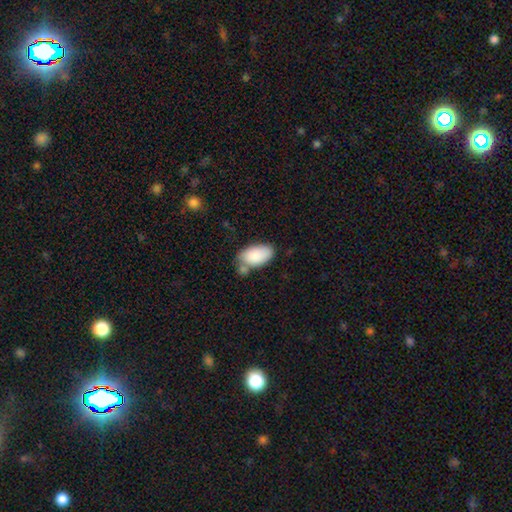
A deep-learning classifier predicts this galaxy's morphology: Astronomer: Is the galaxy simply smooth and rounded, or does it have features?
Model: smooth — 86%.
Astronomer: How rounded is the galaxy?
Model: in between — 95%.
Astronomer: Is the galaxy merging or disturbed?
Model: none — 52%.